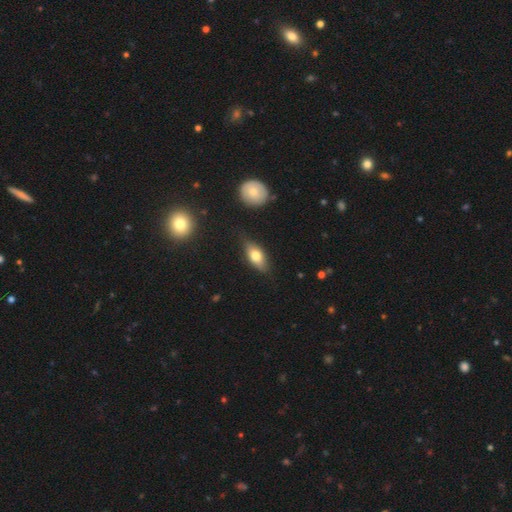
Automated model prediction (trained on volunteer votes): This appears to be a smooth galaxy with no disk features (69%) that is in between round and cigar-shaped (84%). Merging: none (75%).